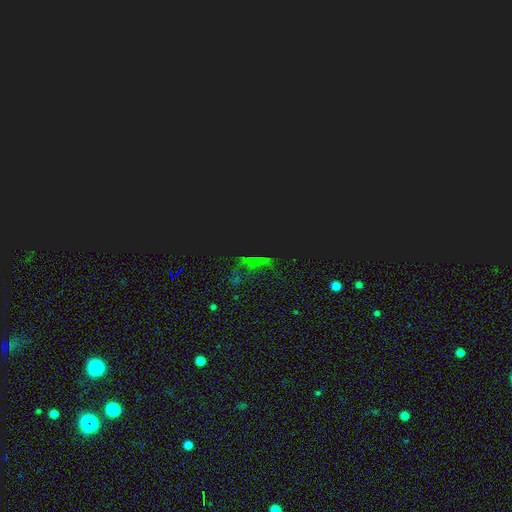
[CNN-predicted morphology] The model was most divided on "smooth or featured": star or artifact: 76%, smooth: 14%, featured or disk: 10%.